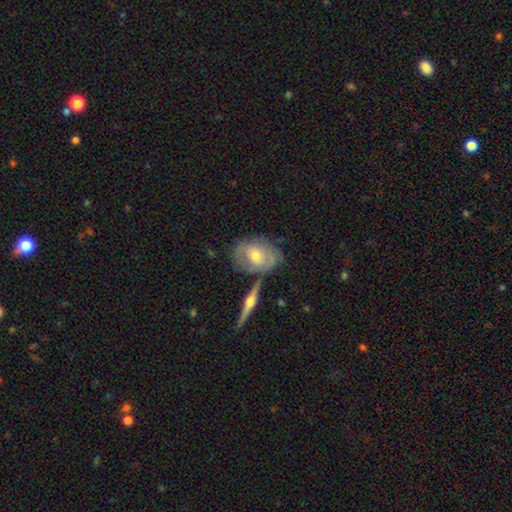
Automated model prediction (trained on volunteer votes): This is likely a featured or disk galaxy (64%). It is clearly not viewed edge-on (82%). Bar: likely no (65%). Spiral arm pattern: likely yes (66%). Central bulge: likely moderate (61%). Merging: likely none (60%).